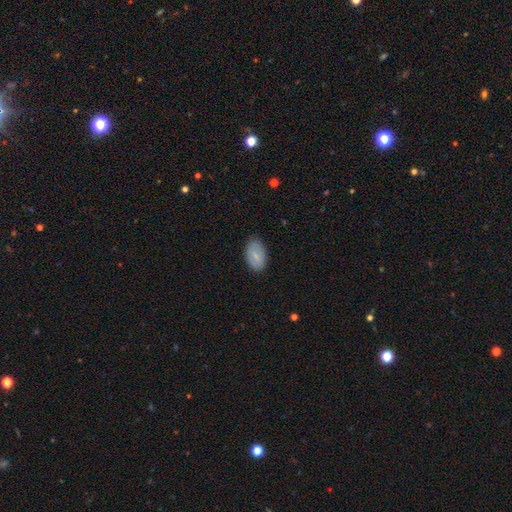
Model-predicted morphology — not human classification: A smooth galaxy with no disk features (74%) that is in between round and cigar-shaped (92%).

Vote fractions:
- Smooth or featured? smooth: 74% / featured or disk: 19% / star or artifact: 7%
- How rounded? in between: 92% / round: 6% / cigar-shaped: 1%
- Merging? none: 83% / minor disturbance: 13% / major disturbance: 3% / merger: 1%